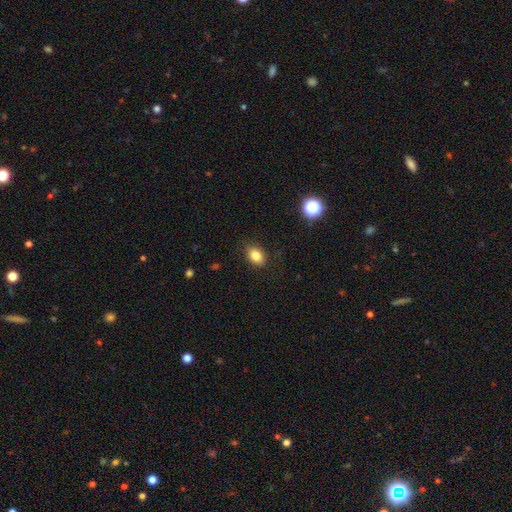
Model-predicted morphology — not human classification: smooth_or_featured: smooth (p=0.83) [alt: star or artifact p=0.10]
how_rounded: in between (p=0.76) [alt: round p=0.22]
merging: none (p=0.86) [alt: minor disturbance p=0.10]